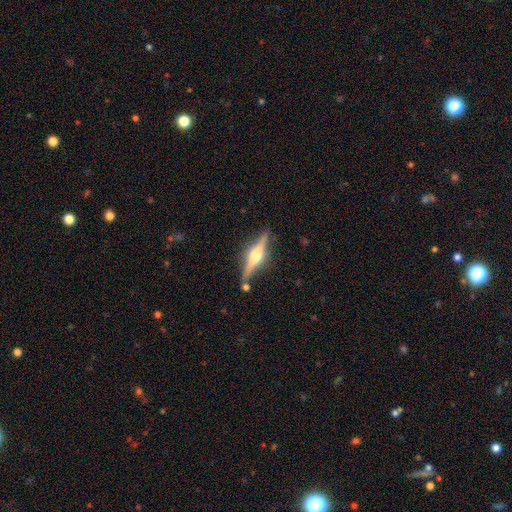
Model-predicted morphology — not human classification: type=featured or disk (76%); edge-on=yes (97%); edge-on bulge=rounded (92%); merging=none (82%).